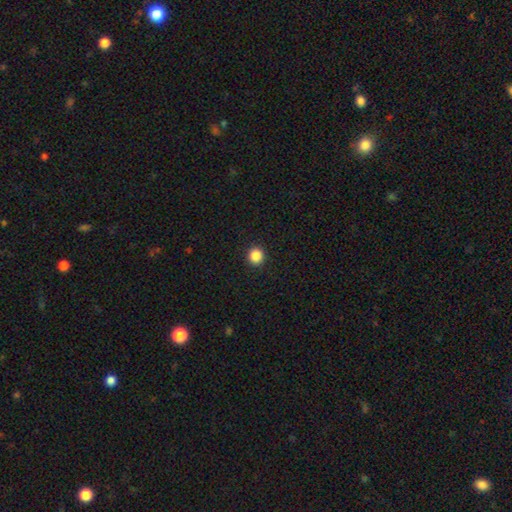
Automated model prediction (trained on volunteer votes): Smooth or featured? smooth (87%)
How rounded? round (89%)
Merging? none (93%)